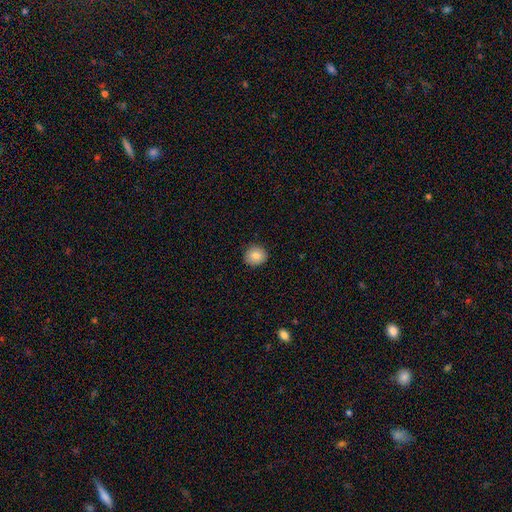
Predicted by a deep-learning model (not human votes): smooth_or_featured: smooth (p=0.84) [alt: star or artifact p=0.09]
how_rounded: round (p=0.85) [alt: in between p=0.14]
merging: none (p=0.89) [alt: minor disturbance p=0.09]